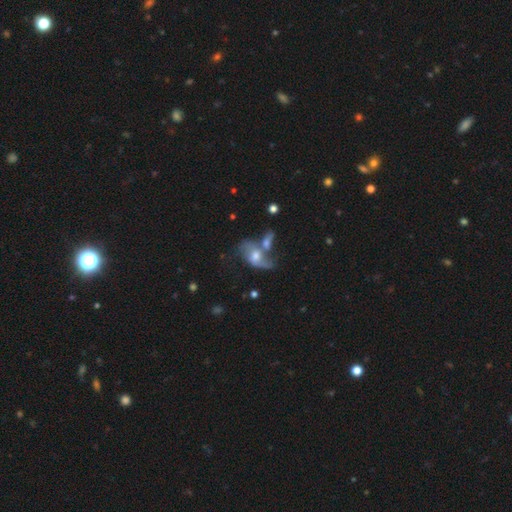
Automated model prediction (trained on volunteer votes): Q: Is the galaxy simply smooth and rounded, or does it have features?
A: featured or disk — 66%.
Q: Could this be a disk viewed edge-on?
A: no — 94%.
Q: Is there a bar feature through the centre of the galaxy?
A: no — 59%.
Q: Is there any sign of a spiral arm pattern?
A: yes — 81%.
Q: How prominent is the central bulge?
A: moderate — 61%.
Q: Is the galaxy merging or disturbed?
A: merger — 45%.